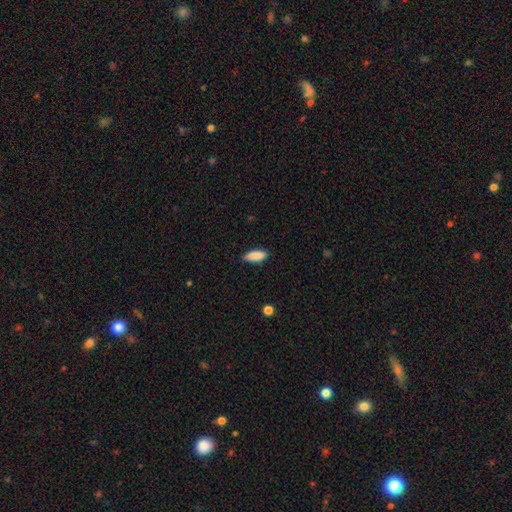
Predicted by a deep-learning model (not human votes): smooth_or_featured: smooth (p=0.88) [alt: star or artifact p=0.06]
how_rounded: in between (p=0.62) [alt: cigar-shaped p=0.36]
merging: none (p=0.85) [alt: minor disturbance p=0.11]